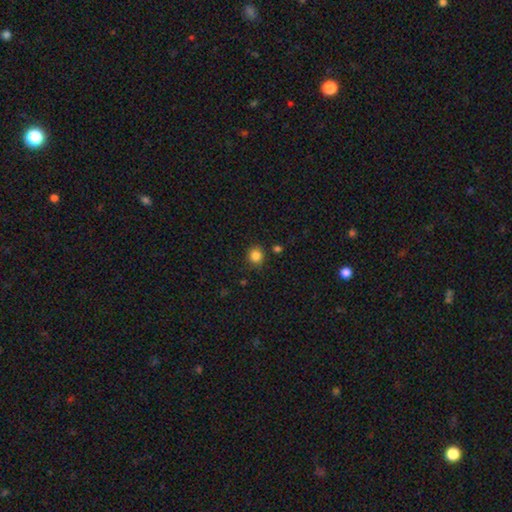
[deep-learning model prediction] Overall: smooth (85%). How rounded: round (88%). Merging: none (86%).